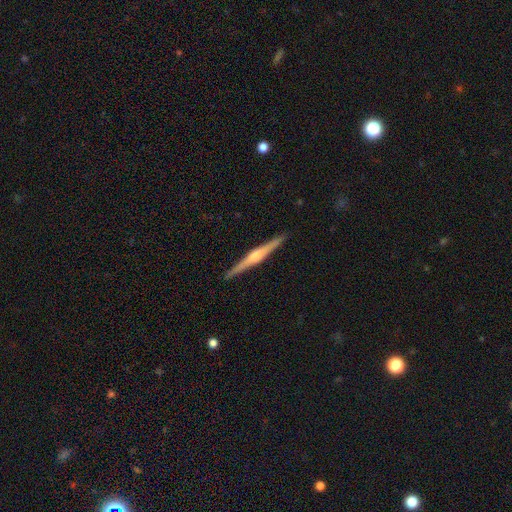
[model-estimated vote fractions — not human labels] This appears to be a featured or disk galaxy (77%) viewed edge-on (98%) with a rounded central bulge (69%). Merging: none (92%).